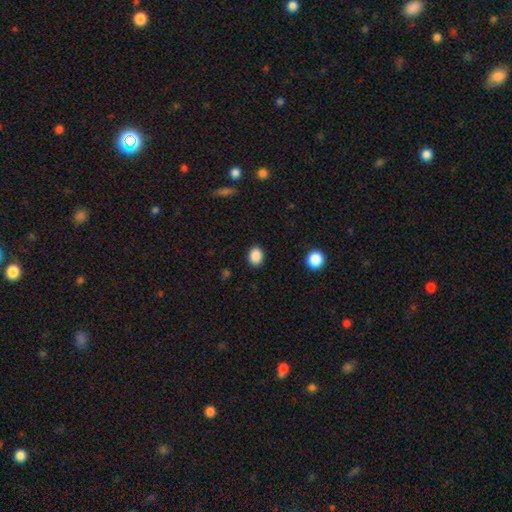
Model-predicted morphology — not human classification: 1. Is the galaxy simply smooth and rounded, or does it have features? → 88% smooth, 9% star or artifact, 3% featured or disk.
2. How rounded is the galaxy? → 54% in between, 45% round, 1% cigar-shaped.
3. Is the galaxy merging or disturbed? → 89% none, 8% minor disturbance, 2% major disturbance, 1% merger.